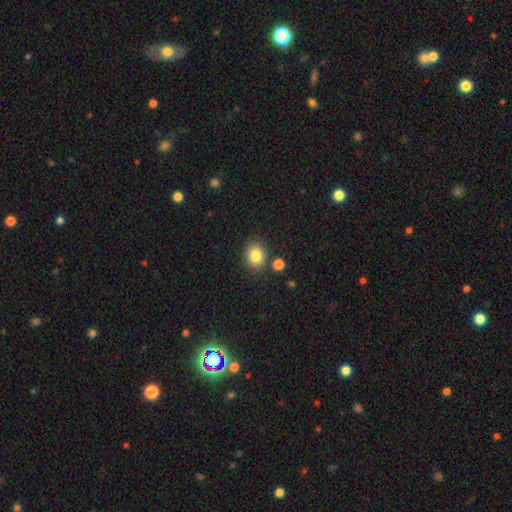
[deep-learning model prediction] Smooth or featured? smooth (83%)
How rounded? round (67%)
Merging? none (82%)